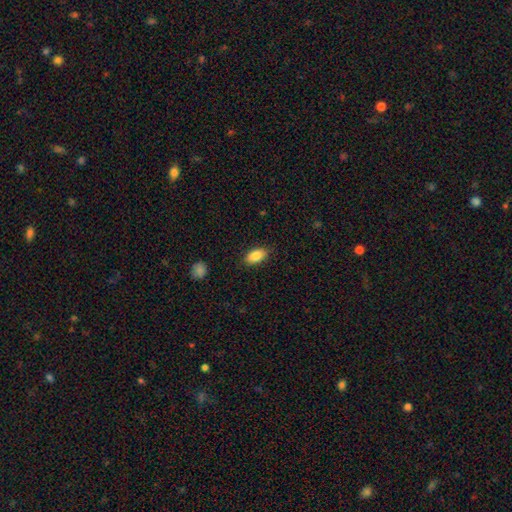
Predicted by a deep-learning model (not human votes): Smooth or featured?
  - smooth: 85% *
  - featured or disk: 7%
  - star or artifact: 7%
How rounded?
  - in between: 91% *
  - round: 5%
  - cigar-shaped: 4%
Merging?
  - none: 86% *
  - minor disturbance: 11%
  - major disturbance: 2%
  - merger: 1%